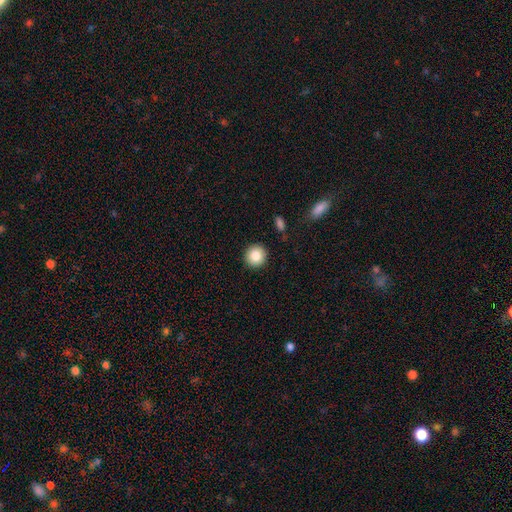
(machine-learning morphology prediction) The model was most divided on "smooth or featured": smooth: 84%, star or artifact: 9%, featured or disk: 7%. More confident: how rounded — round (92%); merging — none (91%).